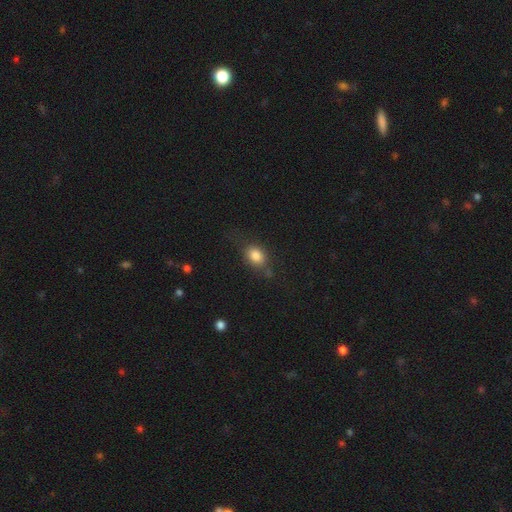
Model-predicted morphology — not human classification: Smooth or featured? smooth (81%)
How rounded? in between (68%)
Merging? none (61%)